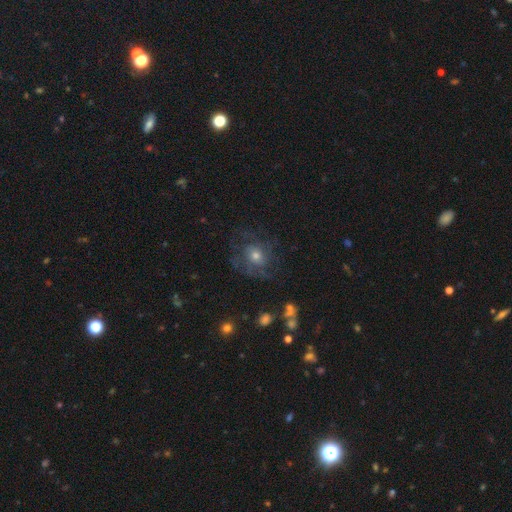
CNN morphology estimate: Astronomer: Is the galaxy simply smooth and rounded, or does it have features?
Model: featured or disk — 64%.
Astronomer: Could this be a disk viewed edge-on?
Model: no — 97%.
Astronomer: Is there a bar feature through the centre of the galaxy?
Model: no — 78%.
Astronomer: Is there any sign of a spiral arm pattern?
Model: yes — 82%.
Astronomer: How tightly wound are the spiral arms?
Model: tight — 45% (runner-up: medium, 39%).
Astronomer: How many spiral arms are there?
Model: can't tell — 43% (runner-up: 3, 19%).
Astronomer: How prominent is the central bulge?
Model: moderate — 56% (runner-up: small, 33%).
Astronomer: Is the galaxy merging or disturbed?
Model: none — 66%.